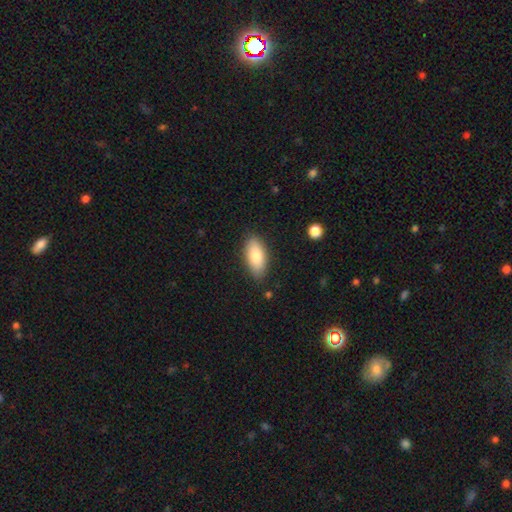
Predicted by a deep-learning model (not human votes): A smooth galaxy with no disk features (81%) that is in between round and cigar-shaped (89%). Merging: none (84%).